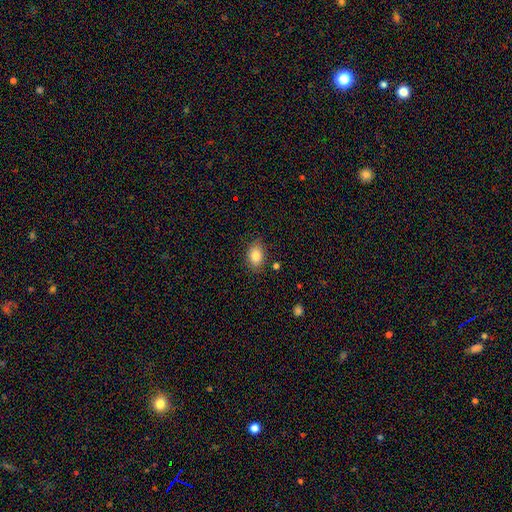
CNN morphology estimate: A smooth galaxy with no disk features (83%) that is in between round and cigar-shaped (79%). Merging: none (80%).